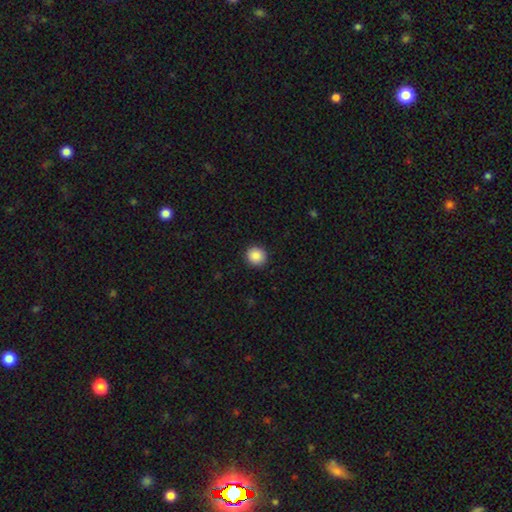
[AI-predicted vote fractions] A smooth galaxy with no disk features (88%) that is round (92%).

Vote fractions:
- Smooth or featured? smooth: 88% / star or artifact: 9% / featured or disk: 3%
- How rounded? round: 92% / in between: 7% / cigar-shaped: 1%
- Merging? none: 92% / minor disturbance: 5% / major disturbance: 2% / merger: 1%